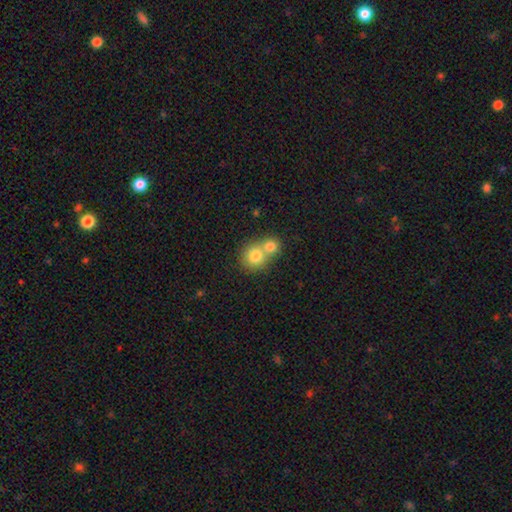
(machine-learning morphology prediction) smooth 77%, featured or disk 13%, star or artifact 10%. Down the decision tree: how rounded — round (83%); merging — merger (60%).